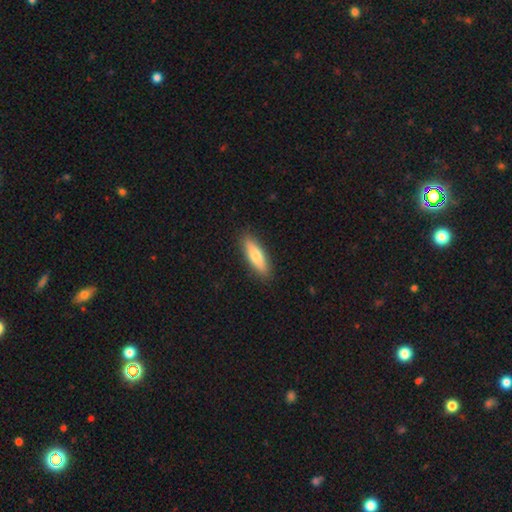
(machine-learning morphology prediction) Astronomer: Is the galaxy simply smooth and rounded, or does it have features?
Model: smooth — 71%.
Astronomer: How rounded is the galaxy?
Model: cigar-shaped — 61% (runner-up: in between, 37%).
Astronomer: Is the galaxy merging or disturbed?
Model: none — 90%.